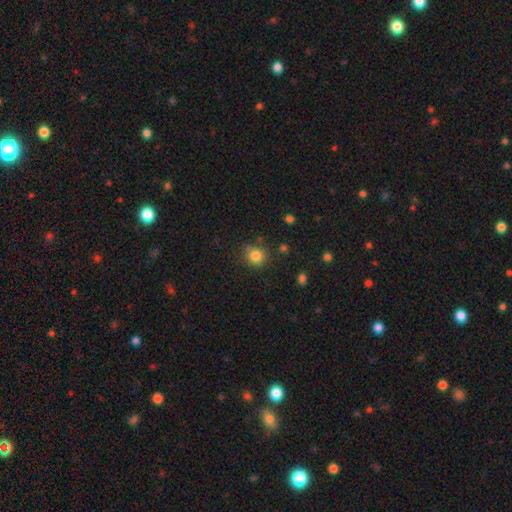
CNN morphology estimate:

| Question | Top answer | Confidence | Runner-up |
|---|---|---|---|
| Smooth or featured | smooth | 82% | star or artifact (12%) |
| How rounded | round | 87% | in between (12%) |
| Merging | none | 76% | minor disturbance (14%) |